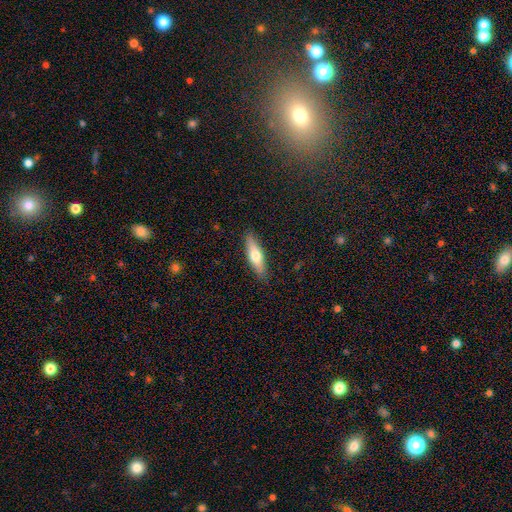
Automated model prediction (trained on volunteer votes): A smooth galaxy with no disk features (54%) that is cigar-shaped (67%).

Vote fractions:
- Smooth or featured? smooth: 54% / featured or disk: 40% / star or artifact: 6%
- How rounded? cigar-shaped: 67% / in between: 31% / round: 2%
- Merging? none: 89% / minor disturbance: 8% / major disturbance: 2% / merger: 1%